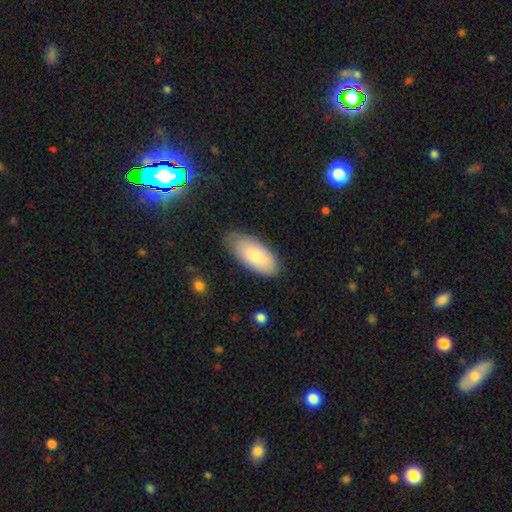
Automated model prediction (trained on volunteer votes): smooth_or_featured: smooth (p=0.76) [alt: featured or disk p=0.18]
how_rounded: in between (p=0.92) [alt: cigar-shaped p=0.06]
merging: none (p=0.75) [alt: minor disturbance p=0.20]